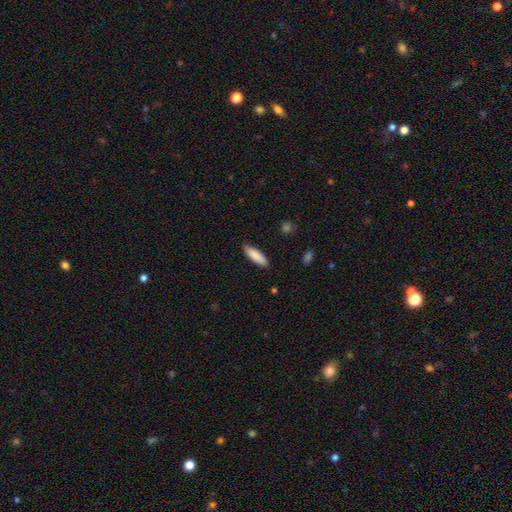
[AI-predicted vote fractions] The model was most divided on "how rounded": cigar-shaped: 54%, in between: 45%, round: 1%. More confident: smooth or featured — smooth (87%); merging — none (85%).